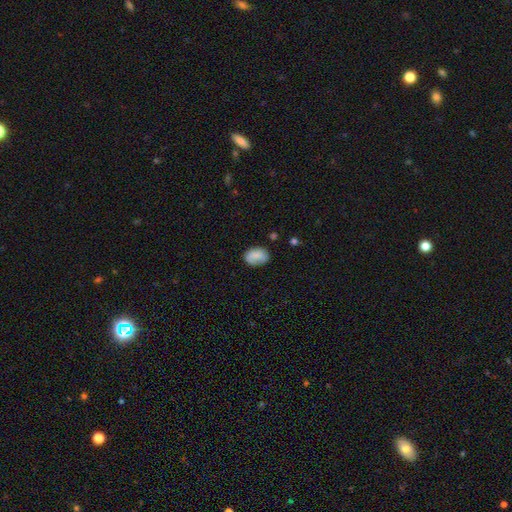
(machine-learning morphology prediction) smooth_or_featured: smooth (p=0.78) [alt: featured or disk p=0.14]
how_rounded: in between (p=0.70) [alt: round p=0.29]
merging: none (p=0.68) [alt: minor disturbance p=0.23]